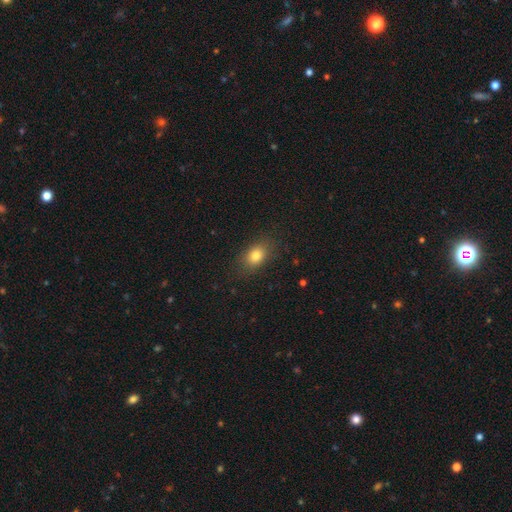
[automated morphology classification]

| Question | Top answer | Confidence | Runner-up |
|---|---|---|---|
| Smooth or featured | smooth | 81% | star or artifact (10%) |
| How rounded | in between | 75% | round (23%) |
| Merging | none | 82% | minor disturbance (13%) |